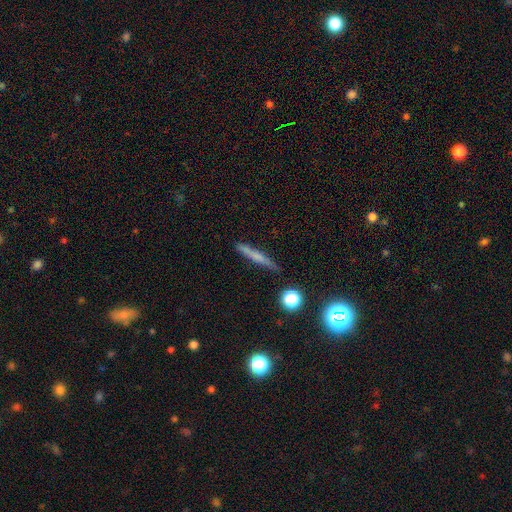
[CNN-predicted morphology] Smooth or featured: smooth — 57% (featured or disk — 34%)
How rounded: cigar-shaped — 92% (in between — 5%)
Merging: none — 86% (minor disturbance — 10%)